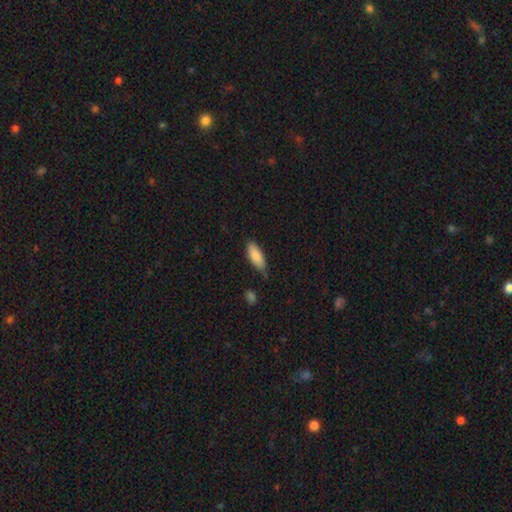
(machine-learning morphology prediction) Smooth or featured?
  - smooth: 86% *
  - featured or disk: 8%
  - star or artifact: 6%
How rounded?
  - in between: 75% *
  - cigar-shaped: 23%
  - round: 2%
Merging?
  - none: 67% *
  - minor disturbance: 27%
  - major disturbance: 4%
  - merger: 3%